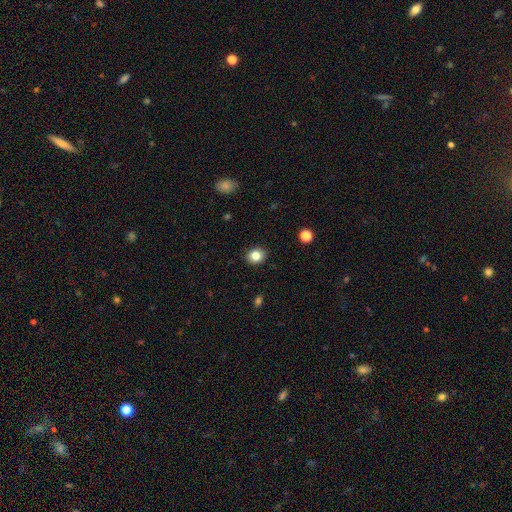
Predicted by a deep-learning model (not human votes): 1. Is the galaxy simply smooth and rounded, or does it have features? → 84% smooth, 10% star or artifact, 6% featured or disk.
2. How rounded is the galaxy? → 66% round, 33% in between, 1% cigar-shaped.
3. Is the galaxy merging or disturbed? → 90% none, 7% minor disturbance, 2% major disturbance, 1% merger.